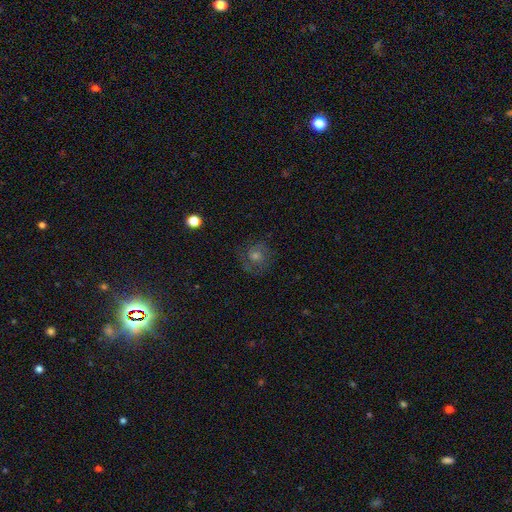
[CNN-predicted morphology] Smooth or featured: featured or disk — 48% (smooth — 28%)
Merging: none — 77% (minor disturbance — 14%)